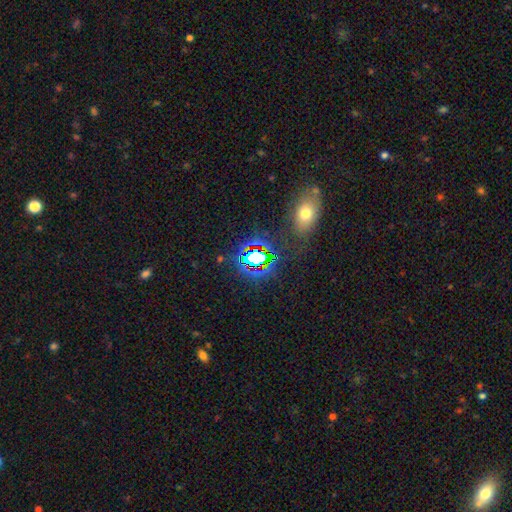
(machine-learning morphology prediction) This appears to be a star or artifact, not a galaxy (69%).